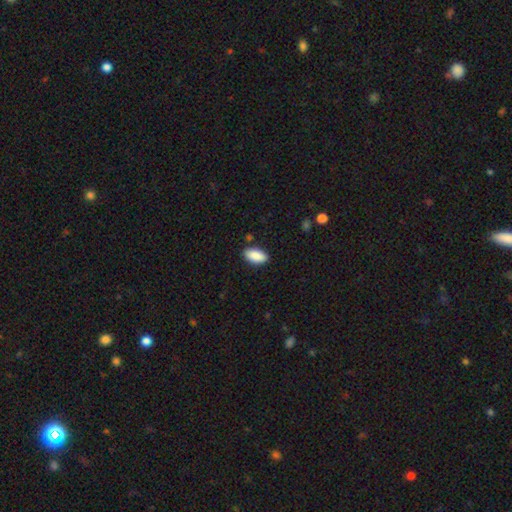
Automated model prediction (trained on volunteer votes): Smooth or featured?
  - smooth: 90% *
  - star or artifact: 6%
  - featured or disk: 4%
How rounded?
  - in between: 93% *
  - cigar-shaped: 5%
  - round: 2%
Merging?
  - none: 87% *
  - minor disturbance: 9%
  - major disturbance: 2%
  - merger: 1%